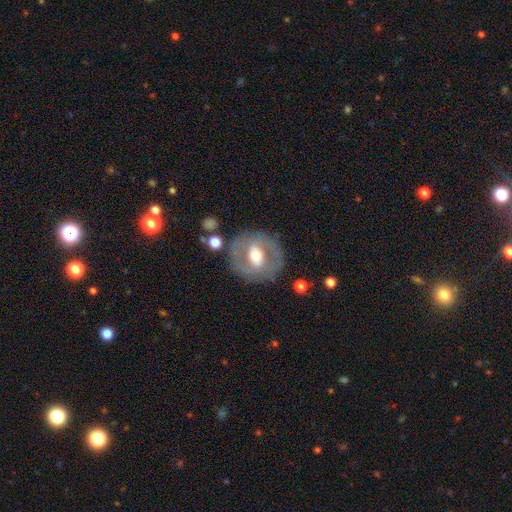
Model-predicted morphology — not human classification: Overall: featured or disk (59%; smooth 35%). Edge-on disk: no (94%). Bar: weak (39%; no 31%). Spiral arms: no (70%). Bulge size: moderate (72%). Merging: none (80%).